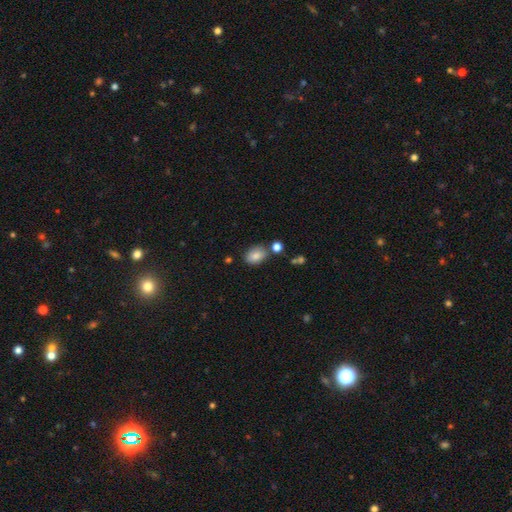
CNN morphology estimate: Smooth or featured: smooth — 82% (featured or disk — 9%)
How rounded: in between — 81% (round — 18%)
Merging: none — 72% (minor disturbance — 15%)